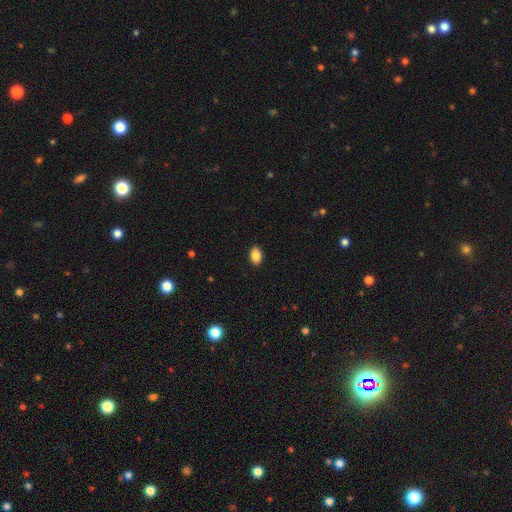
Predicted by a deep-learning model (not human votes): smooth-or-featured: smooth: 88% | star or artifact: 8% | featured or disk: 4%
  how-rounded: in between: 85% | round: 14% | cigar-shaped: 1%
  merging: none: 90% | minor disturbance: 7% | major disturbance: 2% | merger: 1%